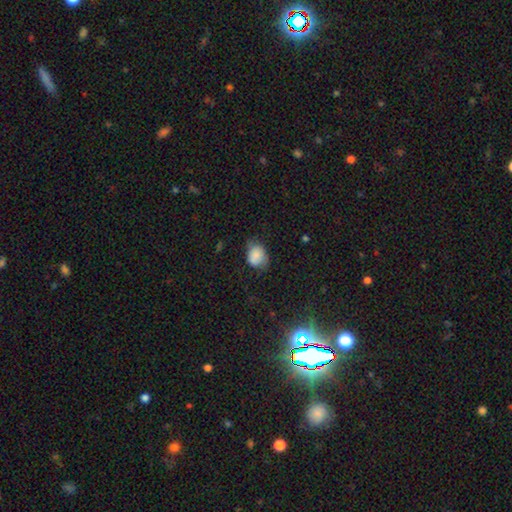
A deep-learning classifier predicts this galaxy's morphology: Overall: smooth (77%). How rounded: in between (53%; round 46%). Merging: none (51%; minor disturbance 34%).